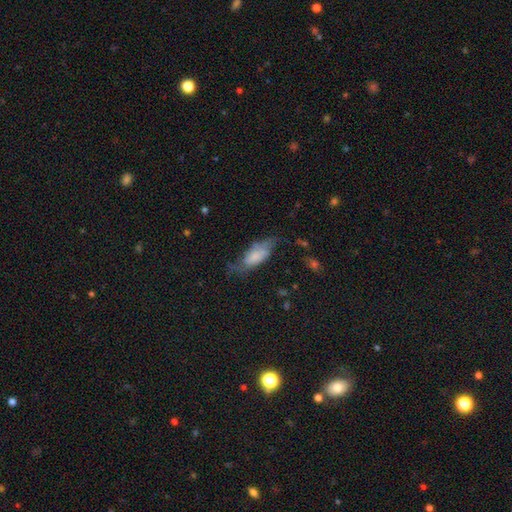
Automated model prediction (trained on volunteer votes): Smooth or featured?
  - smooth: 54% *
  - featured or disk: 37%
  - star or artifact: 9%
How rounded?
  - in between: 74% *
  - cigar-shaped: 23%
  - round: 3%
Merging?
  - none: 43% *
  - minor disturbance: 31%
  - major disturbance: 23%
  - merger: 3%